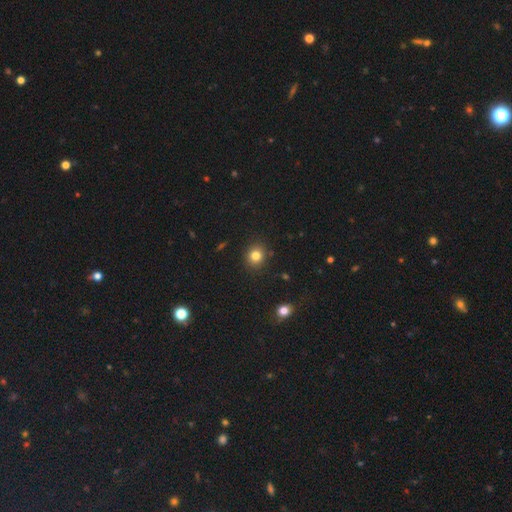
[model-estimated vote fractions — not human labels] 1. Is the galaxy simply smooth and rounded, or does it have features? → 81% smooth, 13% star or artifact, 6% featured or disk.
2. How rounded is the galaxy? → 84% round, 15% in between, 1% cigar-shaped.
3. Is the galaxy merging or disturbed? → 89% none, 7% minor disturbance, 2% major disturbance, 2% merger.